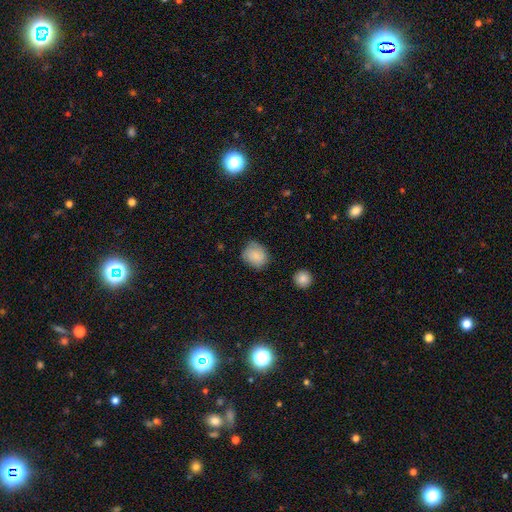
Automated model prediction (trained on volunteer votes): This is clearly a smooth galaxy (82%). How rounded: likely round (68%). Merging: likely none (69%).